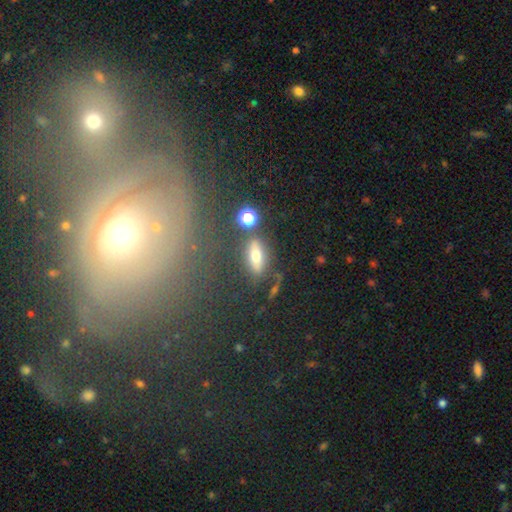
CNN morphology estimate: smooth 64%, featured or disk 22%, star or artifact 14%. Down the decision tree: how rounded — in between (72%); merging — none (74%).